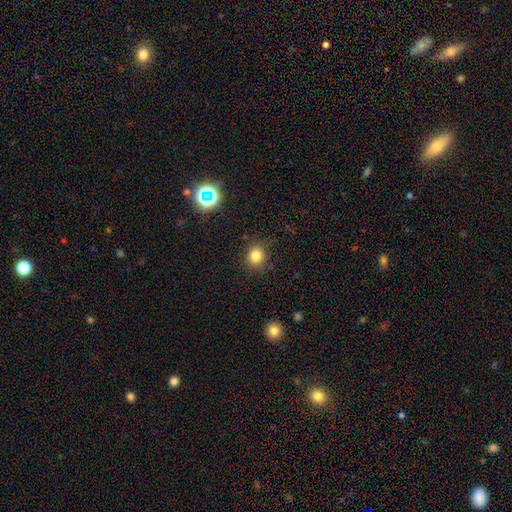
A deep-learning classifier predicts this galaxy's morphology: A smooth galaxy with no disk features (80%) that is round (78%).

Vote fractions:
- Smooth or featured? smooth: 80% / star or artifact: 14% / featured or disk: 6%
- How rounded? round: 78% / in between: 21% / cigar-shaped: 1%
- Merging? none: 85% / minor disturbance: 10% / major disturbance: 3% / merger: 2%